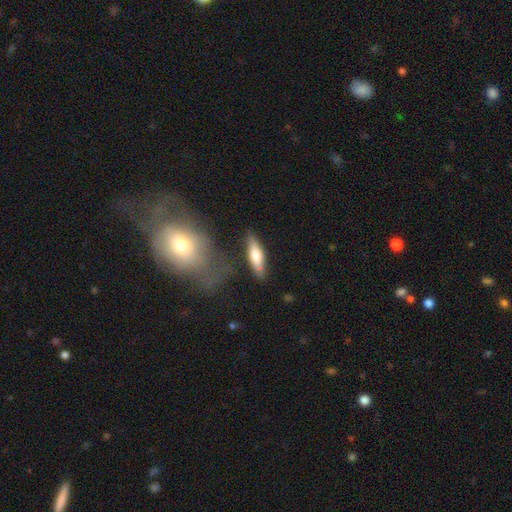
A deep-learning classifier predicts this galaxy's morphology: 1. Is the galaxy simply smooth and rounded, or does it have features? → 69% smooth, 25% featured or disk, 6% star or artifact.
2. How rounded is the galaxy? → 56% cigar-shaped, 42% in between, 2% round.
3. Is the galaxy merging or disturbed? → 79% none, 14% minor disturbance, 4% merger, 4% major disturbance.